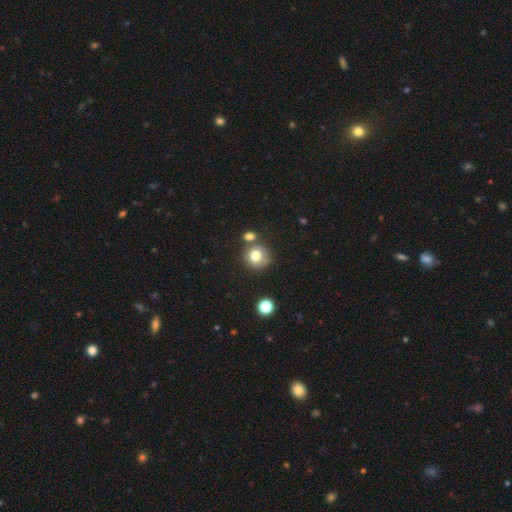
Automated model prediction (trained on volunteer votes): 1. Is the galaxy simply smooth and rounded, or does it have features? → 75% smooth, 14% featured or disk, 11% star or artifact.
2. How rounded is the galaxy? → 86% round, 13% in between, 1% cigar-shaped.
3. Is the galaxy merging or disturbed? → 62% none, 17% merger, 14% minor disturbance, 6% major disturbance.